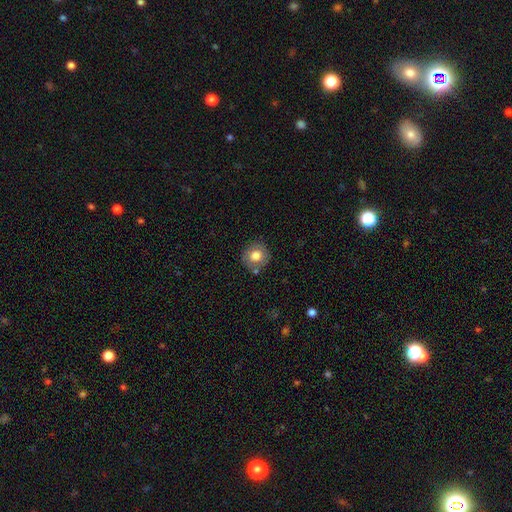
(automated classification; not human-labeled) Q: Smooth or featured?
A: smooth (76%); runner-up: featured or disk (16%)
Q: How rounded?
A: round (90%); runner-up: in between (9%)
Q: Merging?
A: none (81%); runner-up: minor disturbance (12%)